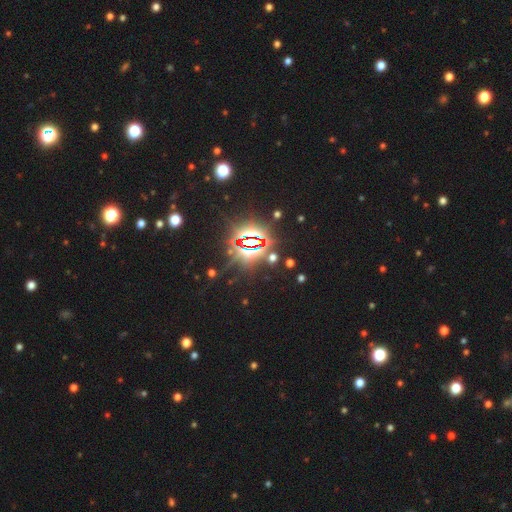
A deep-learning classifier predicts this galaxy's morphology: Smooth or featured? Predicted: star or artifact (p=0.86).